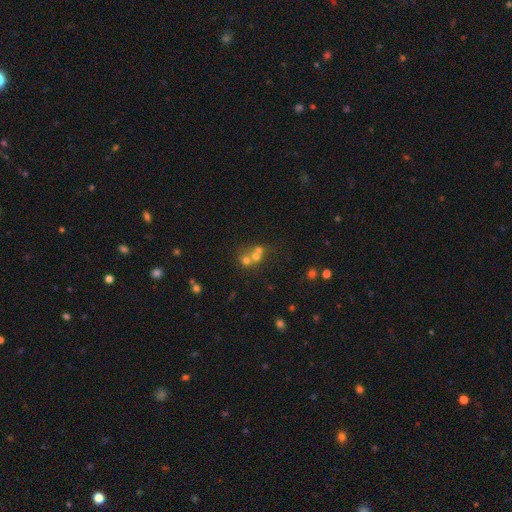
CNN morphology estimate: This is possibly a smooth galaxy (53%). How rounded: likely round (80%). Merging: possibly merger (55%).